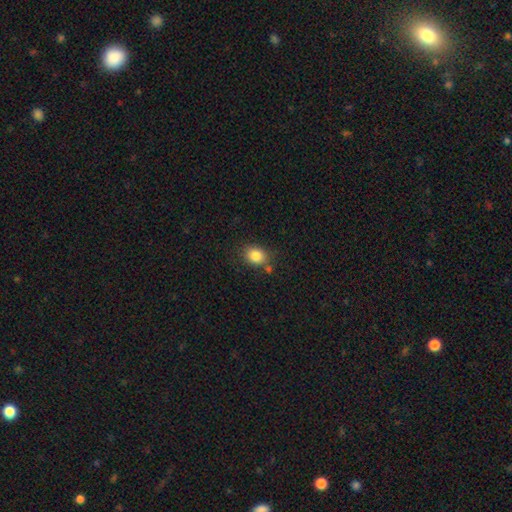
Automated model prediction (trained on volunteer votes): Smooth or featured: smooth — 84% (star or artifact — 10%)
How rounded: in between — 53% (round — 46%)
Merging: none — 74% (minor disturbance — 14%)